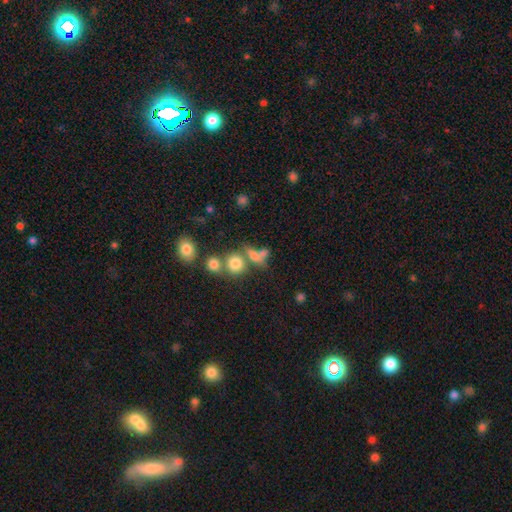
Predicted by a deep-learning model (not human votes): A smooth galaxy with no disk features (70%) that is round (52%).

Vote fractions:
- Smooth or featured? smooth: 70% / star or artifact: 16% / featured or disk: 13%
- How rounded? round: 52% / in between: 40% / cigar-shaped: 7%
- Merging? none: 40% (tied) / merger: 40% (tied) / minor disturbance: 11% / major disturbance: 9%